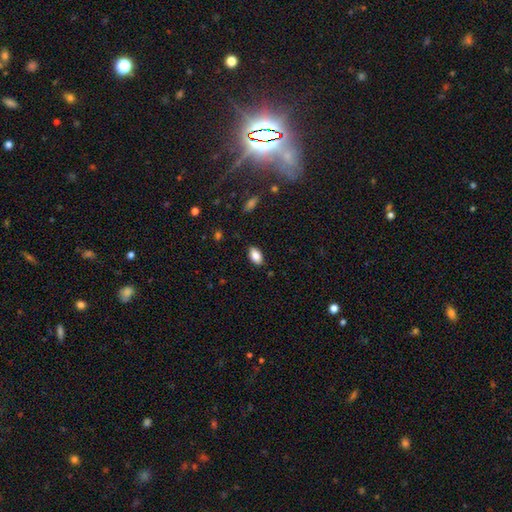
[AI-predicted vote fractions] Q: Smooth or featured?
A: smooth (85%); runner-up: featured or disk (8%)
Q: How rounded?
A: in between (92%); runner-up: round (4%)
Q: Merging?
A: none (87%); runner-up: minor disturbance (10%)